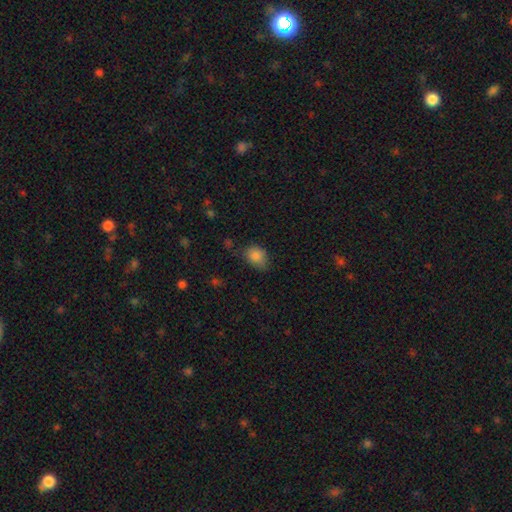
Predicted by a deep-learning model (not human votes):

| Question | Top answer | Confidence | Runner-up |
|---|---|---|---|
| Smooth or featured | smooth | 83% | star or artifact (10%) |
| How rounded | in between | 64% | round (35%) |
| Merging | none | 61% | minor disturbance (30%) |